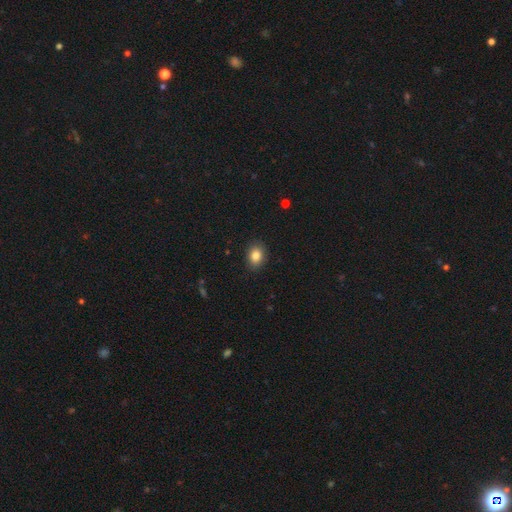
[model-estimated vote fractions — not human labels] Smooth or featured?
  - smooth: 85% *
  - star or artifact: 9%
  - featured or disk: 6%
How rounded?
  - in between: 66% *
  - round: 33%
  - cigar-shaped: 1%
Merging?
  - none: 88% *
  - minor disturbance: 9%
  - major disturbance: 2%
  - merger: 1%